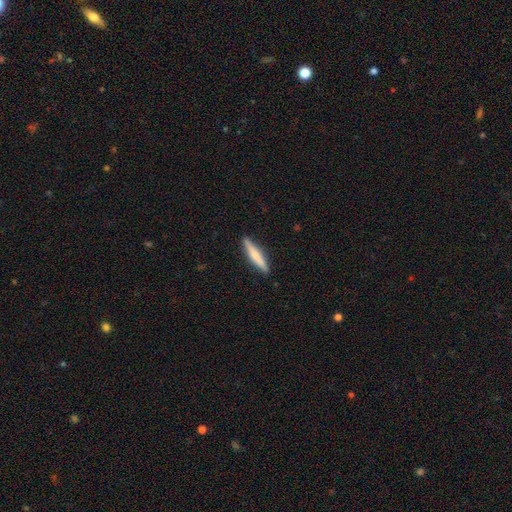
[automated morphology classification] type=smooth (64%); roundness=cigar-shaped (90%); merging=none (91%).